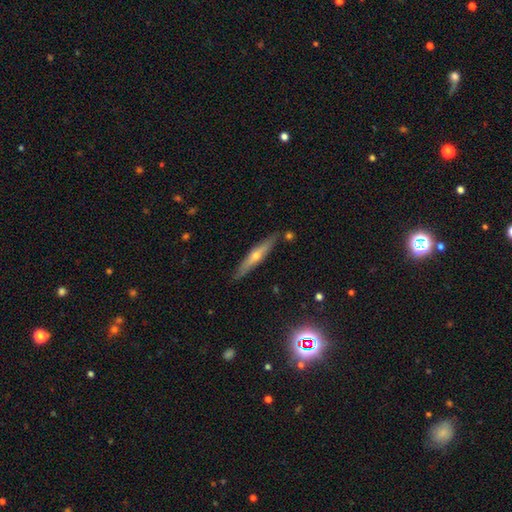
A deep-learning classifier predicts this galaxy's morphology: Smooth or featured? featured or disk (63%)
Edge-on disk? yes (93%)
Edge-on bulge? rounded (86%)
Merging? none (86%)